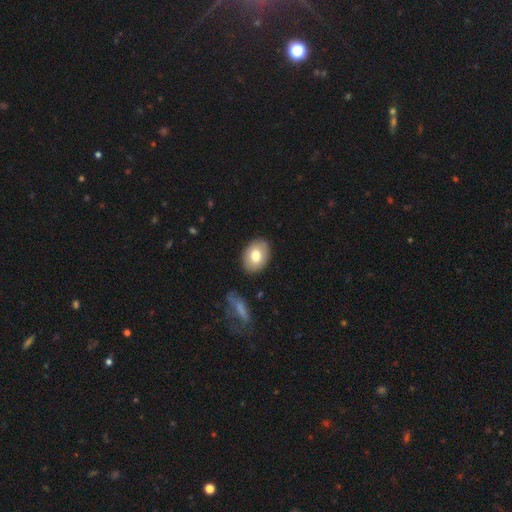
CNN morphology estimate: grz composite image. It shows a smooth galaxy with no disk features (76%) that is in between round and cigar-shaped (71%). Merging: none (86%).